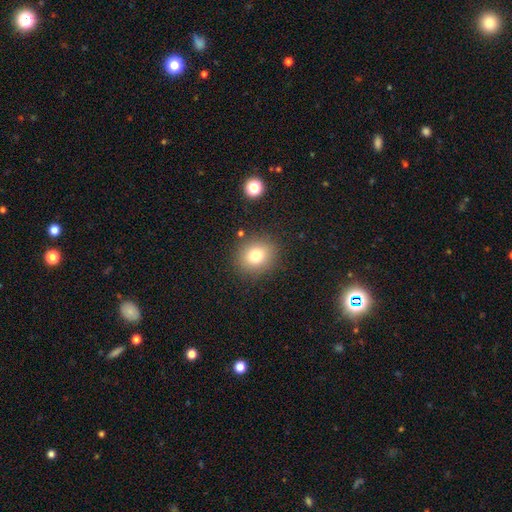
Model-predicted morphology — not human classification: smooth_or_featured: smooth (p=0.77) [alt: star or artifact p=0.13]
how_rounded: round (p=0.75) [alt: in between p=0.24]
merging: none (p=0.85) [alt: minor disturbance p=0.09]